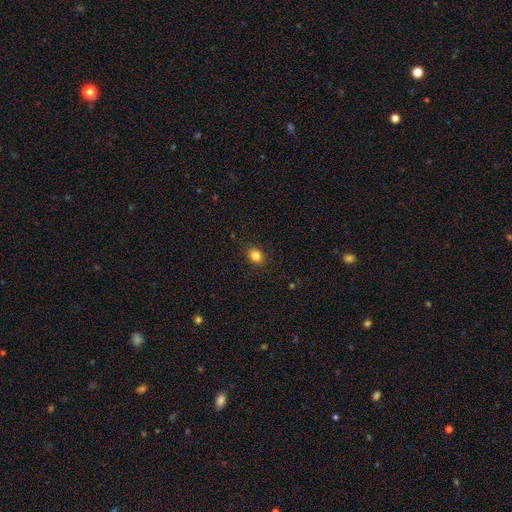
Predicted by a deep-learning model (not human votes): Smooth or featured? smooth (84%)
How rounded? in between (54%)
Merging? none (88%)